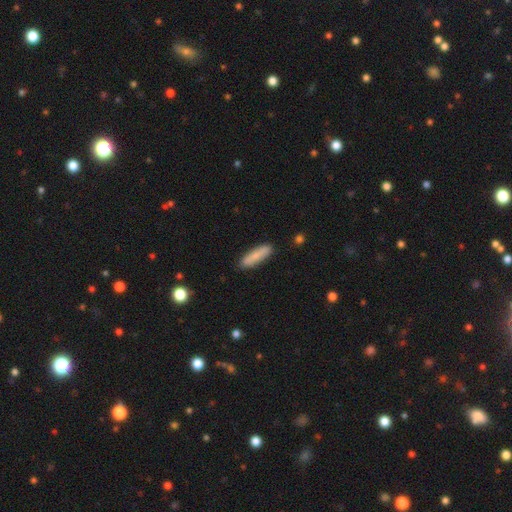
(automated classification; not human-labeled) Morphology: type=smooth (80%); roundness=cigar-shaped (70%); merging=none (88%).